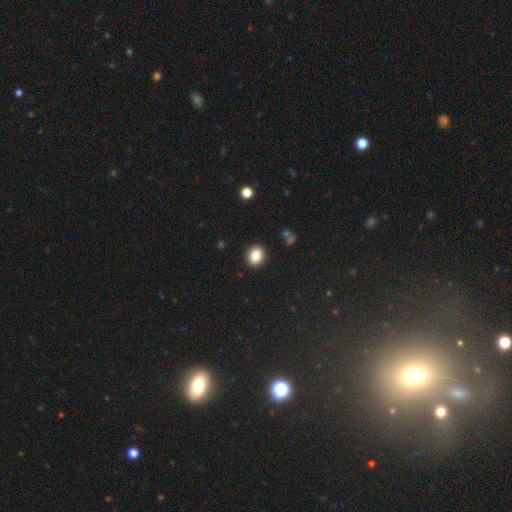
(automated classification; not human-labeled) Morphology: type=smooth (85%); roundness=round (59%); merging=none (91%).